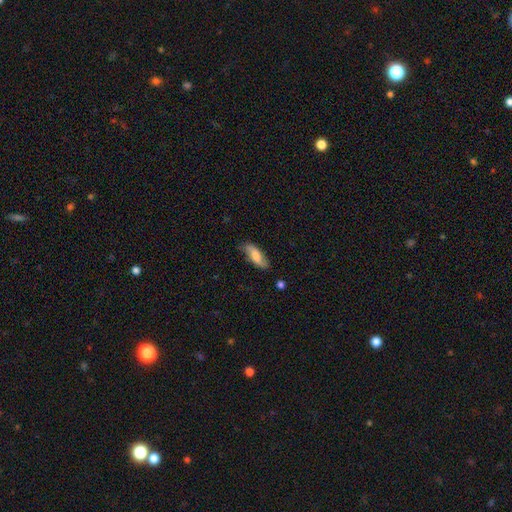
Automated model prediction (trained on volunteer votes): Smooth or featured? smooth (58%)
How rounded? in between (69%)
Merging? none (74%)